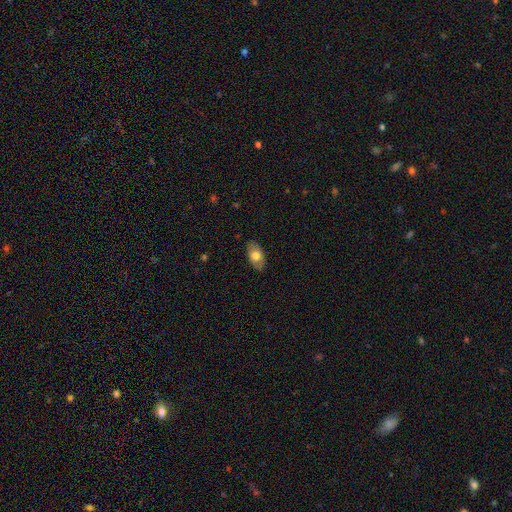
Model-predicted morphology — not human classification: Smooth or featured?
  - smooth: 68% *
  - featured or disk: 26%
  - star or artifact: 6%
How rounded?
  - in between: 92% *
  - round: 6%
  - cigar-shaped: 2%
Merging?
  - none: 84% *
  - minor disturbance: 13%
  - major disturbance: 3%
  - merger: 1%